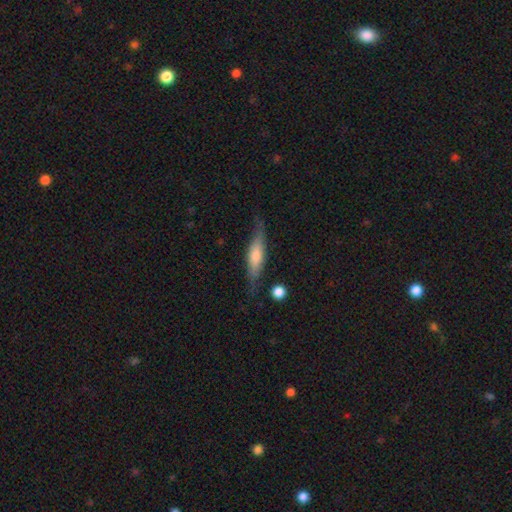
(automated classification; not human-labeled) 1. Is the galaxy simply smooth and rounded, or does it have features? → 56% featured or disk, 37% smooth, 7% star or artifact.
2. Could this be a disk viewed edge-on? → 89% yes, 11% no.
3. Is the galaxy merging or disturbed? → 77% none, 16% minor disturbance, 4% major disturbance, 2% merger.